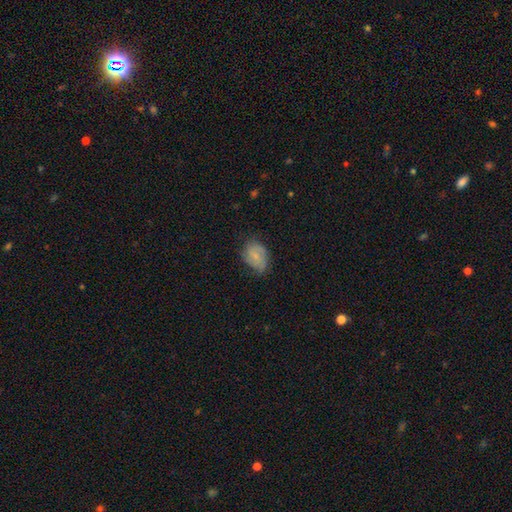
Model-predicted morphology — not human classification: Overall: smooth (47%; featured or disk 45%). Merging: none (56%; minor disturbance 32%).